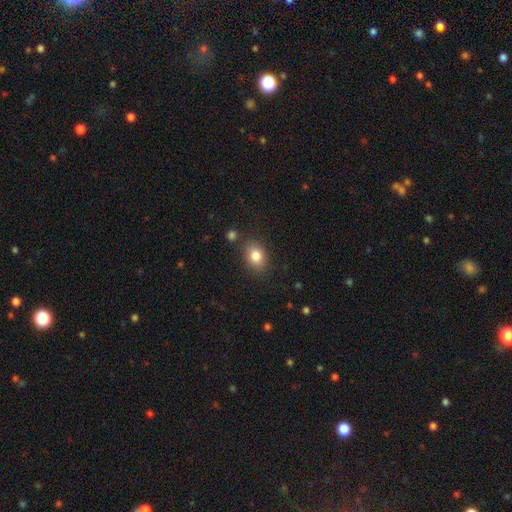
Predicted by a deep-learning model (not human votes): smooth_or_featured: smooth (p=0.83) [alt: star or artifact p=0.10]
how_rounded: in between (p=0.66) [alt: round p=0.33]
merging: none (p=0.82) [alt: minor disturbance p=0.11]